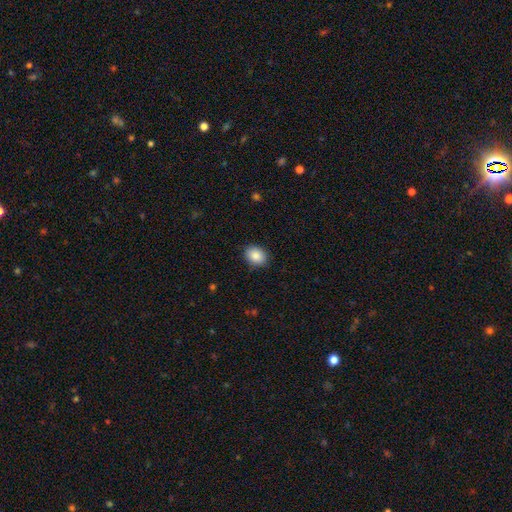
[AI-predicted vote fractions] smooth_or_featured: smooth (p=0.88) [alt: star or artifact p=0.08]
how_rounded: in between (p=0.59) [alt: round p=0.40]
merging: none (p=0.88) [alt: minor disturbance p=0.09]